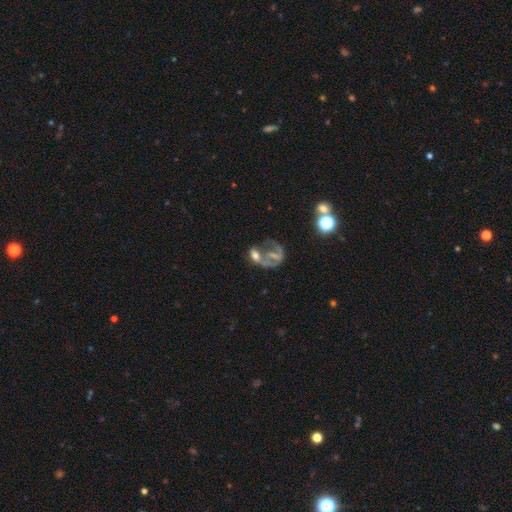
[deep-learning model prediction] The model was most divided on "smooth or featured": featured or disk: 52%, smooth: 35%, star or artifact: 13%. Remaining: edge-on disk — no (96%); merging — merger (42%).